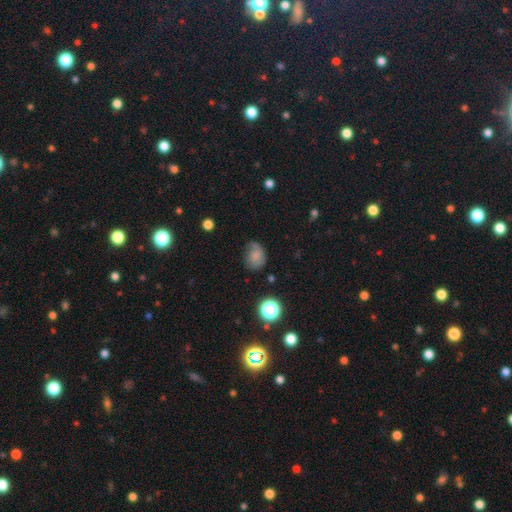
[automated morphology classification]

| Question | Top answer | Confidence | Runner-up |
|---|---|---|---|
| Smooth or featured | smooth | 60% | featured or disk (27%) |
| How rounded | in between | 53% | round (46%) |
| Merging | none | 45% | minor disturbance (33%) |